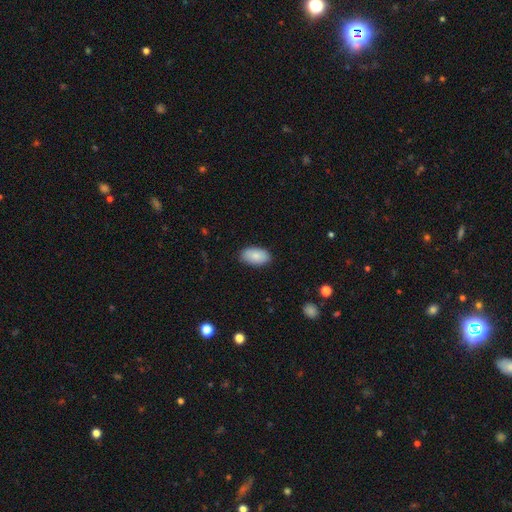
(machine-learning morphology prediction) Smooth or featured: smooth — 87% (featured or disk — 7%)
How rounded: in between — 95% (round — 3%)
Merging: none — 87% (minor disturbance — 10%)